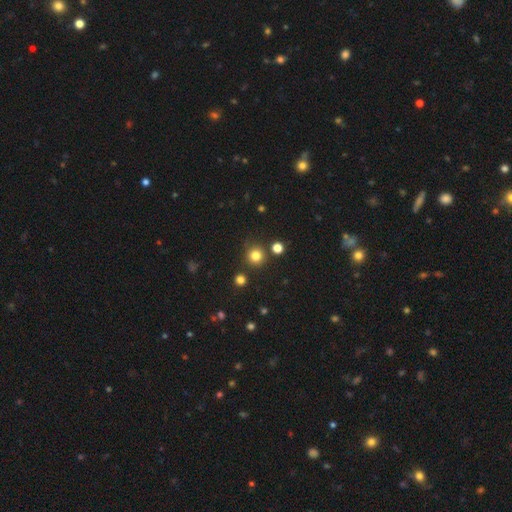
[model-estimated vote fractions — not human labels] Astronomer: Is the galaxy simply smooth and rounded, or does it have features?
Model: smooth — 80%.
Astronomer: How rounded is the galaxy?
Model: round — 94%.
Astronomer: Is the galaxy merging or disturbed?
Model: none — 84%.